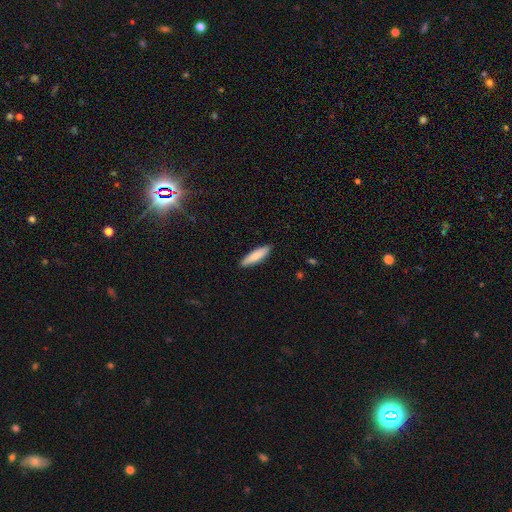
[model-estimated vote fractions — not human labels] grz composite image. It shows a smooth galaxy with no disk features (82%) that is cigar-shaped (73%). Merging: none (90%).